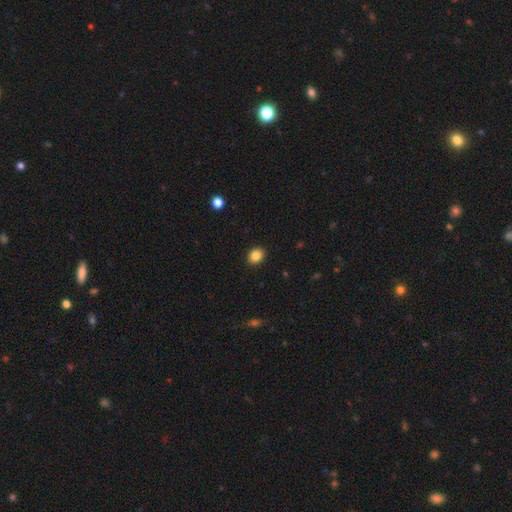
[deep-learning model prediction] A smooth galaxy with no disk features (85%) that is round (55%). Merging: none (91%).